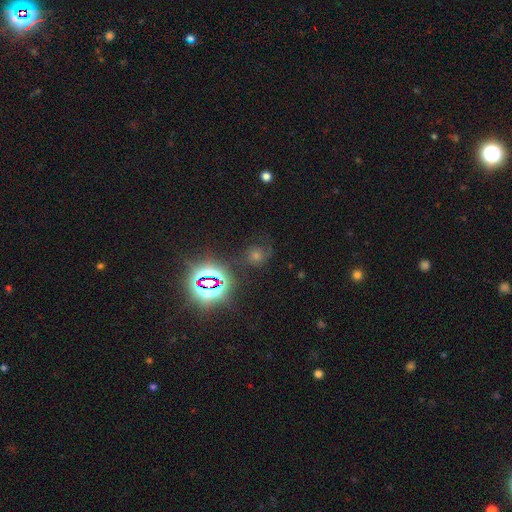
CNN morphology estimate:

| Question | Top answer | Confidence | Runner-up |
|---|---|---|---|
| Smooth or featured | star or artifact | 54% | smooth (26%) |